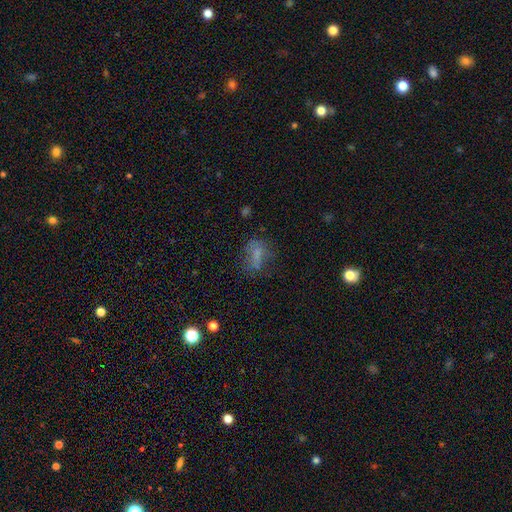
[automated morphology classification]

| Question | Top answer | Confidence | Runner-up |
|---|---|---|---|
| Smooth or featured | smooth | 57% | featured or disk (25%) |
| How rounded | in between | 68% | round (19%) |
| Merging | none | 51% | minor disturbance (23%) |